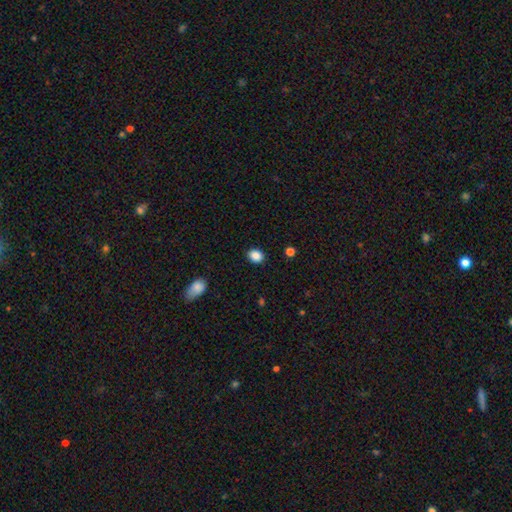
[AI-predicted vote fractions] Smooth or featured: smooth — 88% (star or artifact — 9%)
How rounded: in between — 52% (round — 47%)
Merging: none — 88% (minor disturbance — 8%)